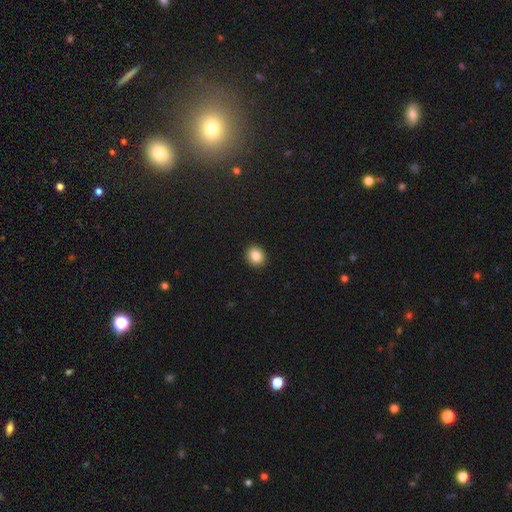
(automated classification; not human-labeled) Q: Smooth or featured?
A: smooth (85%); runner-up: star or artifact (9%)
Q: How rounded?
A: round (68%); runner-up: in between (31%)
Q: Merging?
A: none (92%); runner-up: minor disturbance (5%)